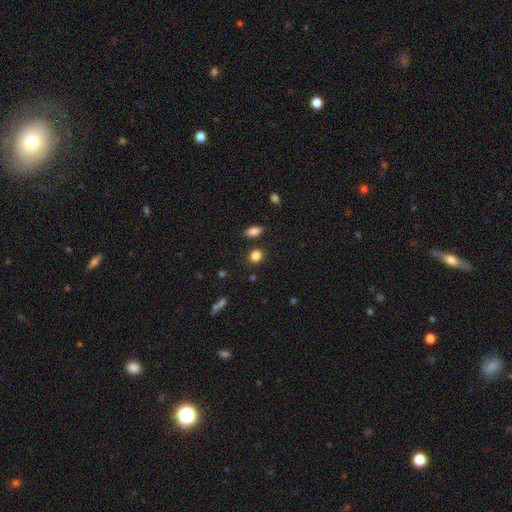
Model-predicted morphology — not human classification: Smooth or featured?
  - smooth: 84% *
  - star or artifact: 11%
  - featured or disk: 5%
How rounded?
  - round: 70% *
  - in between: 28%
  - cigar-shaped: 2%
Merging?
  - none: 83% *
  - minor disturbance: 9%
  - merger: 5%
  - major disturbance: 3%